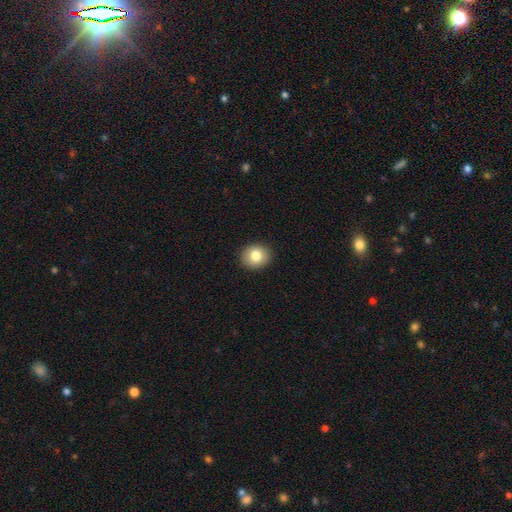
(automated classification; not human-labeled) This appears to be a smooth galaxy with no disk features (81%) that is round (72%). Merging: none (92%).